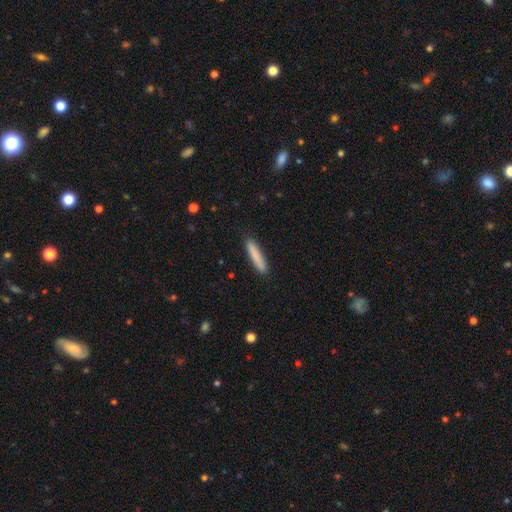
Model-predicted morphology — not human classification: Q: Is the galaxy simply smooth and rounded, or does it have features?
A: smooth — 85%.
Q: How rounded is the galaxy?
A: cigar-shaped — 90%.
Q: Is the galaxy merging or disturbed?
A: none — 88%.